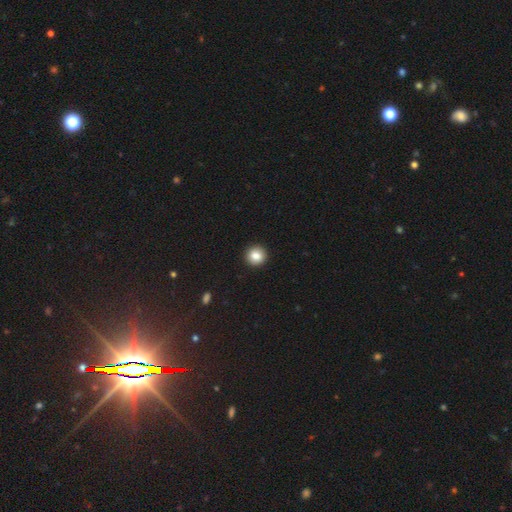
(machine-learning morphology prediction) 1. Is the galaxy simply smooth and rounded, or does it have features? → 84% smooth, 10% star or artifact, 6% featured or disk.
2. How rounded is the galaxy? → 94% round, 5% in between, 1% cigar-shaped.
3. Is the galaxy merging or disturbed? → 93% none, 4% minor disturbance, 1% major disturbance, 1% merger.